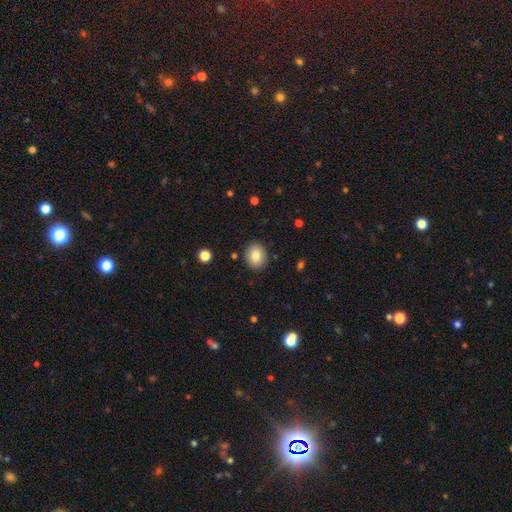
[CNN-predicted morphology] Overall: smooth (83%). How rounded: round (54%; in between 45%). Merging: none (88%).